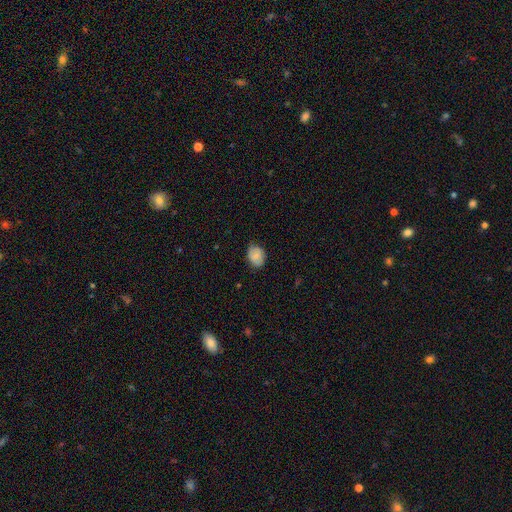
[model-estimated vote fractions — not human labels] A smooth galaxy with no disk features (78%) that is in between round and cigar-shaped (68%).

Vote fractions:
- Smooth or featured? smooth: 78% / featured or disk: 14% / star or artifact: 8%
- How rounded? in between: 68% / round: 31% / cigar-shaped: 1%
- Merging? none: 74% / minor disturbance: 22% / major disturbance: 4% / merger: 1%